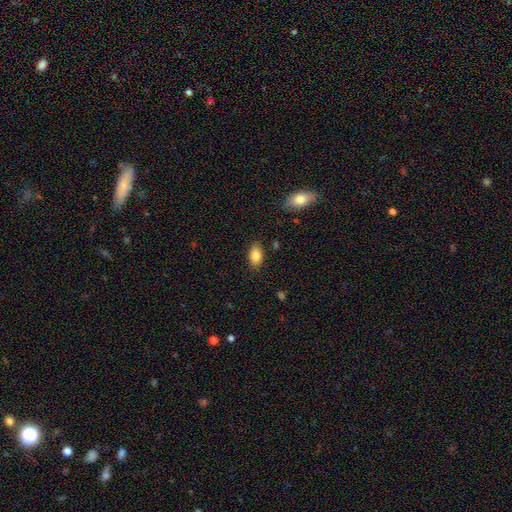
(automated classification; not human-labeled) Overall: smooth (84%). How rounded: in between (90%). Merging: none (86%).